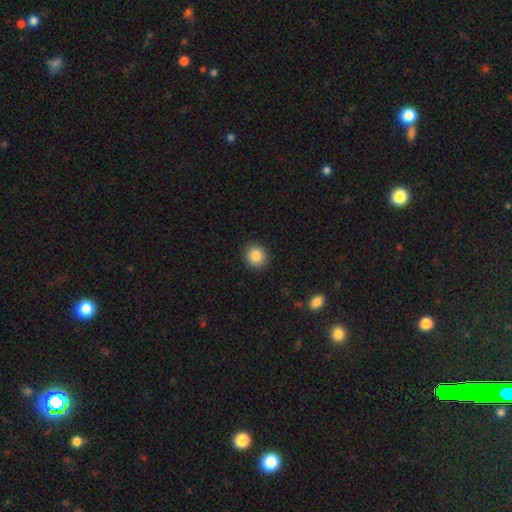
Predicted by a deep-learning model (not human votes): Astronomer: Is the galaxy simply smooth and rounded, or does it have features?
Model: smooth — 87%.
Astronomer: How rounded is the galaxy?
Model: round — 88%.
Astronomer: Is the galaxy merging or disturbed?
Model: none — 91%.